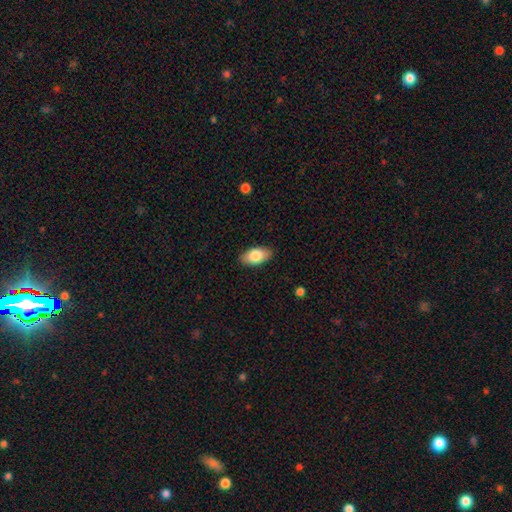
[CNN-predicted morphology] This is clearly a smooth galaxy (82%). How rounded: clearly in between (94%). Merging: clearly none (88%).